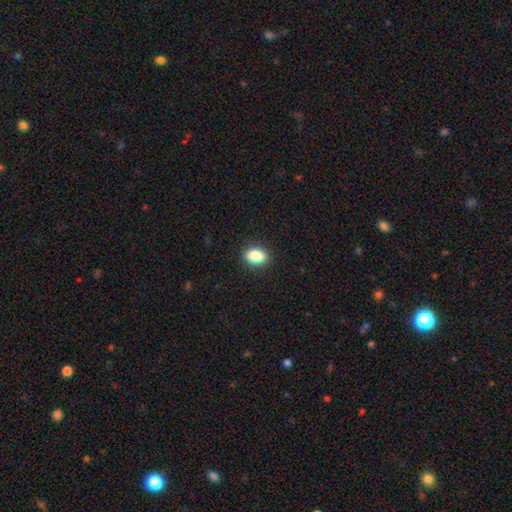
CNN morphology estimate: smooth-or-featured: smooth: 85% | star or artifact: 9% | featured or disk: 7%
  how-rounded: in between: 82% | round: 16% | cigar-shaped: 3%
  merging: none: 90% | minor disturbance: 8% | major disturbance: 2% | merger: 1%